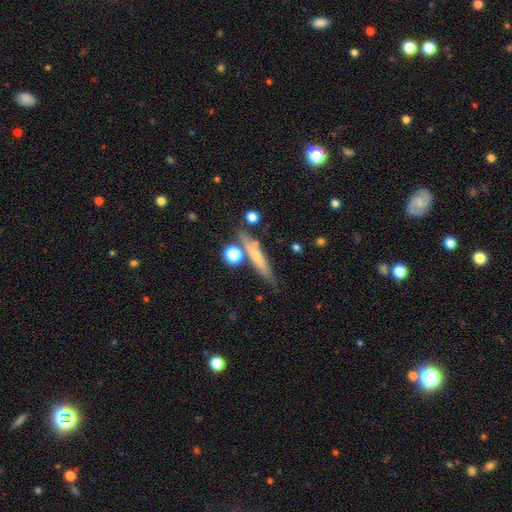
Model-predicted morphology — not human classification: Smooth or featured?
  - smooth: 54% *
  - featured or disk: 37%
  - star or artifact: 9%
How rounded?
  - cigar-shaped: 85% *
  - in between: 10%
  - round: 5%
Merging?
  - none: 70% *
  - minor disturbance: 15%
  - merger: 11%
  - major disturbance: 5%